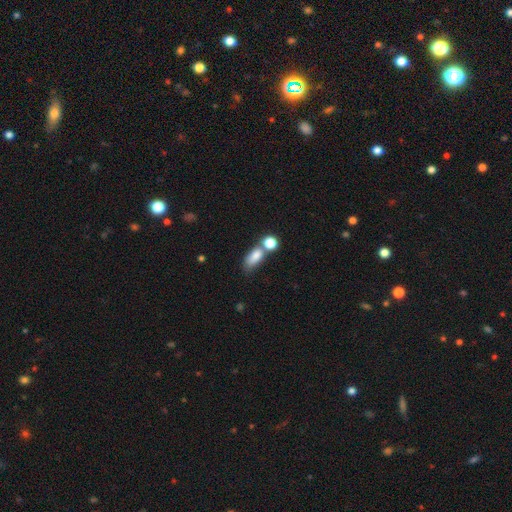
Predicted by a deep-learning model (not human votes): smooth-or-featured: smooth: 80% | featured or disk: 10% | star or artifact: 10%
  how-rounded: in between: 78% | round: 12% | cigar-shaped: 10%
  merging: merger: 39% | none: 38% | minor disturbance: 15% | major disturbance: 8%